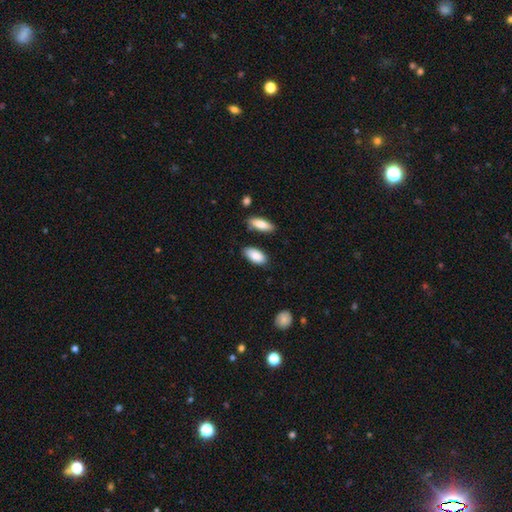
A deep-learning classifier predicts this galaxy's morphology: Overall: smooth (88%). How rounded: in between (90%). Merging: none (79%).